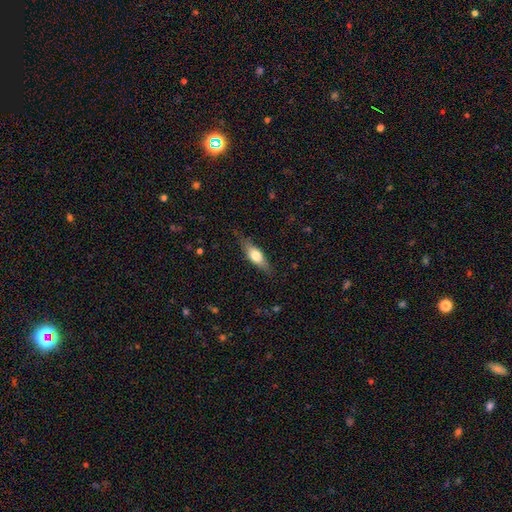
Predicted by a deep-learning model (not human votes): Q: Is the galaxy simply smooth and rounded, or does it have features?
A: smooth — 59%.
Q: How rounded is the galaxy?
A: in between — 55%.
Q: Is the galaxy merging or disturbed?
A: none — 78%.